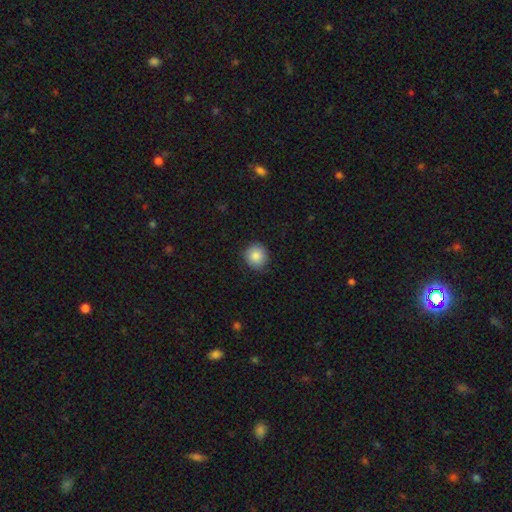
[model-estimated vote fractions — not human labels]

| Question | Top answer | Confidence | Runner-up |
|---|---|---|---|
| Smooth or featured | smooth | 85% | star or artifact (9%) |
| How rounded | round | 90% | in between (9%) |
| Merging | none | 86% | minor disturbance (11%) |